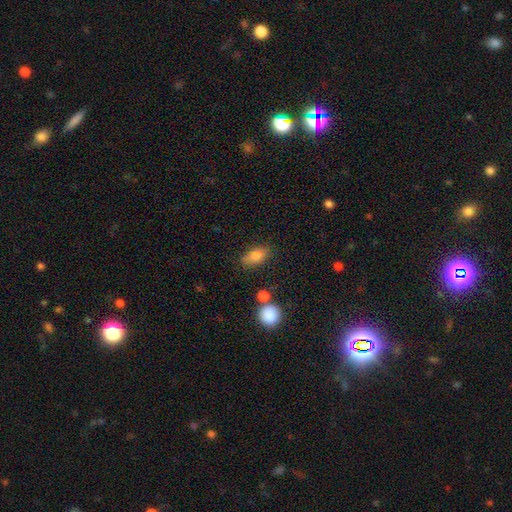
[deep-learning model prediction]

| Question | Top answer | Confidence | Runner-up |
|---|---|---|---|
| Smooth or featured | smooth | 84% | star or artifact (8%) |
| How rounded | in between | 86% | cigar-shaped (8%) |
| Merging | none | 76% | minor disturbance (14%) |